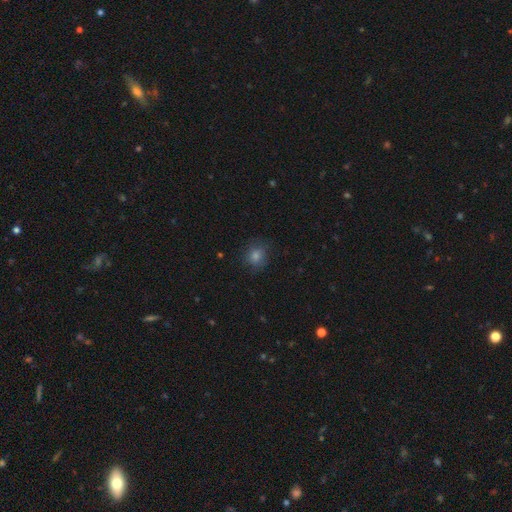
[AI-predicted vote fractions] A smooth galaxy with no disk features (72%) that is round (81%).

Vote fractions:
- Smooth or featured? smooth: 72% / star or artifact: 20% / featured or disk: 8%
- How rounded? round: 81% / in between: 18% / cigar-shaped: 1%
- Merging? none: 82% / minor disturbance: 13% / major disturbance: 4% / merger: 1%